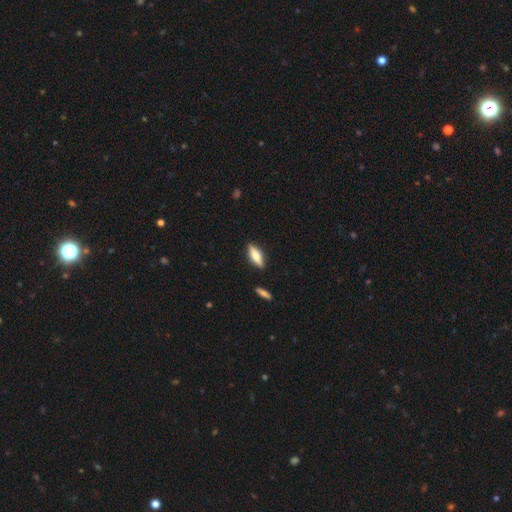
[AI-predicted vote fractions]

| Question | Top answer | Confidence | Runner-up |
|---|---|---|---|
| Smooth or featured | smooth | 63% | featured or disk (31%) |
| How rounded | in between | 54% | cigar-shaped (43%) |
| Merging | none | 87% | minor disturbance (9%) |